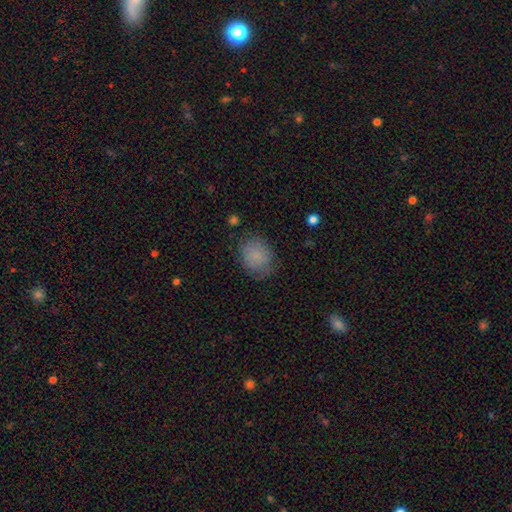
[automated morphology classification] smooth-or-featured: smooth: 83% | star or artifact: 9% | featured or disk: 8%
  how-rounded: round: 59% | in between: 40% | cigar-shaped: 1%
  merging: none: 73% | minor disturbance: 20% | major disturbance: 6% | merger: 1%